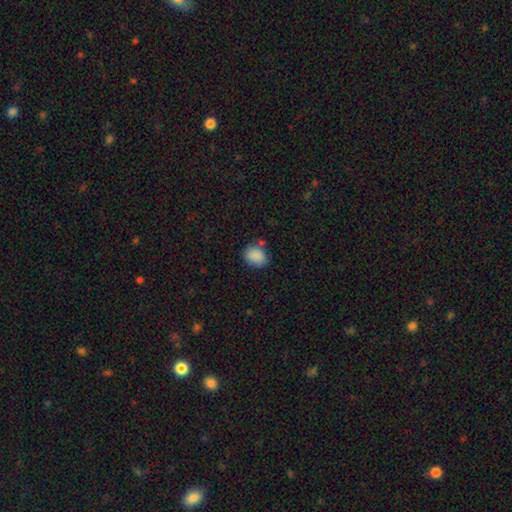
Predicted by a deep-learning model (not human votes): Overall: smooth (88%). How rounded: in between (54%; round 45%). Merging: none (74%).